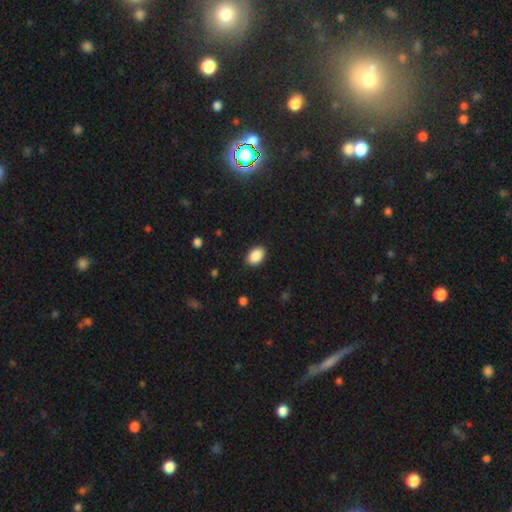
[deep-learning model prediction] Overall: smooth (89%). How rounded: in between (88%). Merging: none (88%).